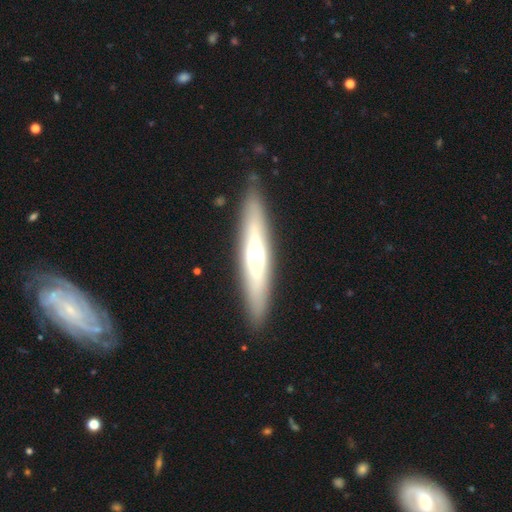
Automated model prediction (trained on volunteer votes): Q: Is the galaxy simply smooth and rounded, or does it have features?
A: featured or disk — 57%.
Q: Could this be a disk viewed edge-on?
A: yes — 87%.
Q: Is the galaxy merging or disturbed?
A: none — 88%.